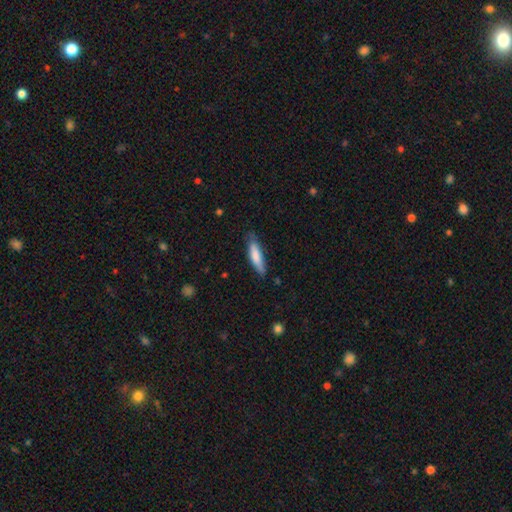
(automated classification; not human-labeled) Smooth or featured: smooth — 79% (featured or disk — 15%)
How rounded: cigar-shaped — 70% (in between — 29%)
Merging: none — 73% (minor disturbance — 22%)